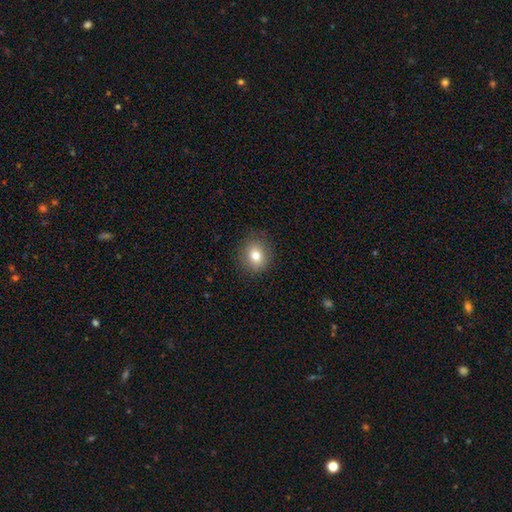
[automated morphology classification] A smooth galaxy with no disk features (77%) that is round (69%). Merging: none (87%).